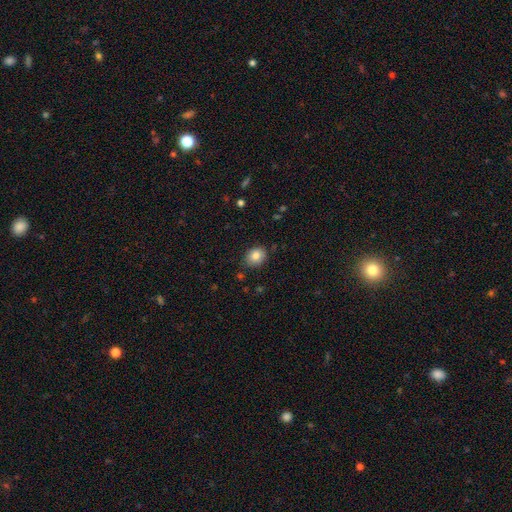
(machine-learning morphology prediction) This is clearly a smooth galaxy (82%). How rounded: possibly round (58%). Merging: clearly none (83%).